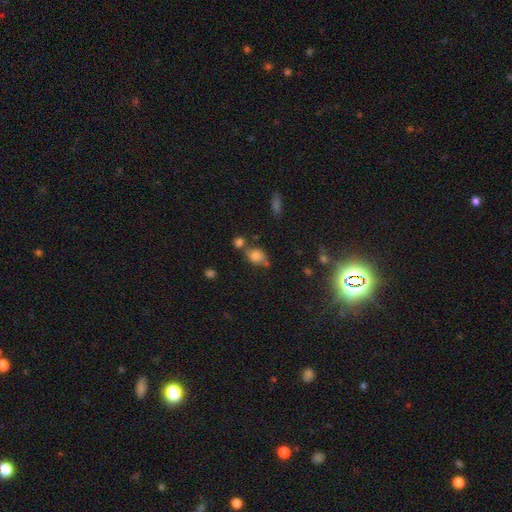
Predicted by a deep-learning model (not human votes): A smooth galaxy with no disk features (79%) that is in between round and cigar-shaped (59%). Merging: none (50%).